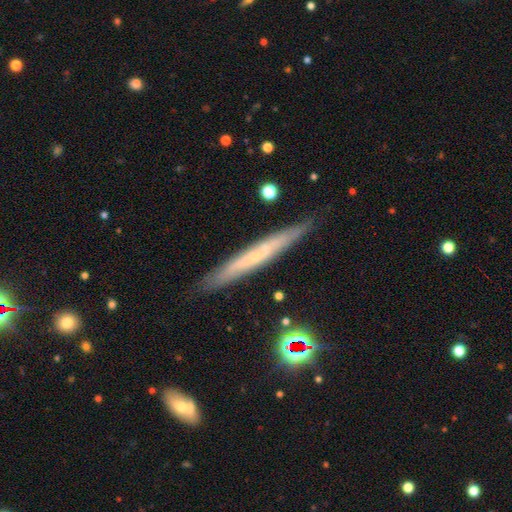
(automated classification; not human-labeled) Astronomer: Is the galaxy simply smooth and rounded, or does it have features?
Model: featured or disk — 54% (runner-up: smooth, 37%).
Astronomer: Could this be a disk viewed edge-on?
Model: yes — 90%.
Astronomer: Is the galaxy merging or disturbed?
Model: none — 88%.